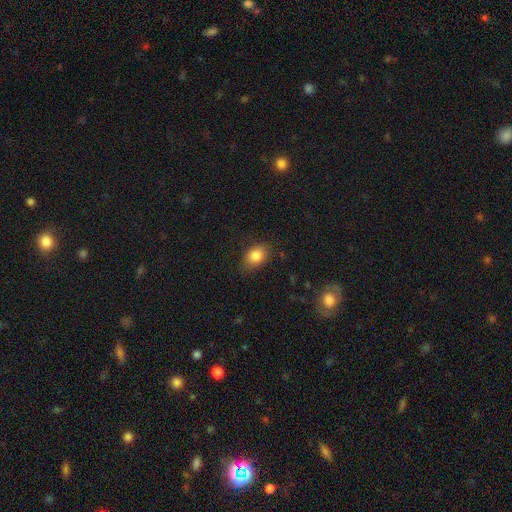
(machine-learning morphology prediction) Smooth or featured? smooth (83%)
How rounded? in between (74%)
Merging? none (81%)